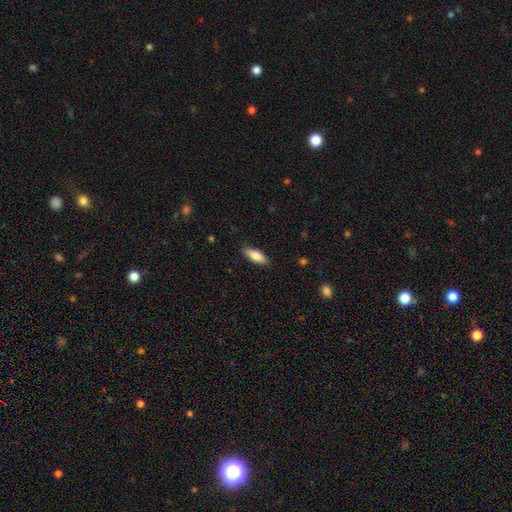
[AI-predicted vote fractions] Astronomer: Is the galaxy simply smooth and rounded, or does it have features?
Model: smooth — 81%.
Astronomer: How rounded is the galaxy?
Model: in between — 71%.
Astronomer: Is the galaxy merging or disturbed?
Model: none — 87%.